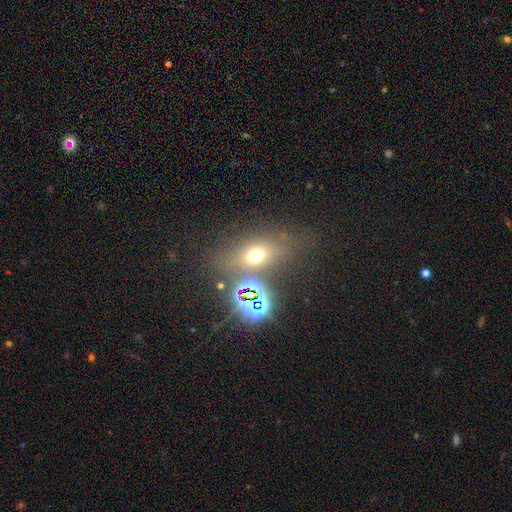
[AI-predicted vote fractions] A smooth galaxy with no disk features (55%) that is in between round and cigar-shaped (62%).

Vote fractions:
- Smooth or featured? smooth: 55% / star or artifact: 29% / featured or disk: 16%
- How rounded? in between: 62% / round: 32% / cigar-shaped: 6%
- Merging? none: 68% / minor disturbance: 13% / merger: 10% / major disturbance: 9%